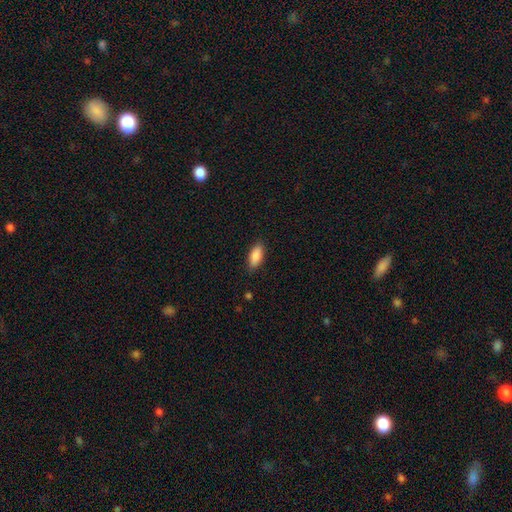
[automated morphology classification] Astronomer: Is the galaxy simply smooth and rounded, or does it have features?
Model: smooth — 89%.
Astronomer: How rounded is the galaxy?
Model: in between — 85%.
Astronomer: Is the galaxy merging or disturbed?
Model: none — 86%.